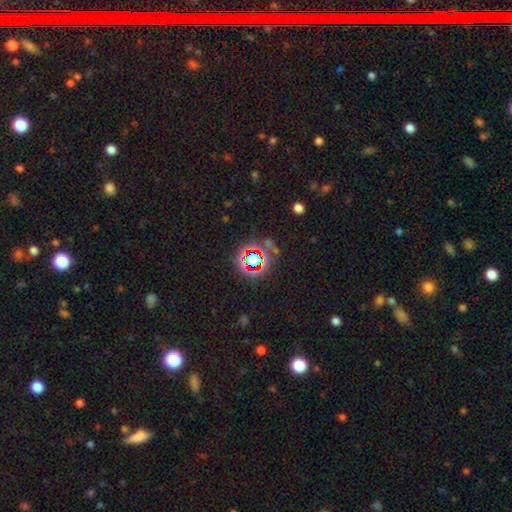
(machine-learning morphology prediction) Smooth or featured?
  - star or artifact: 75% *
  - smooth: 15%
  - featured or disk: 10%